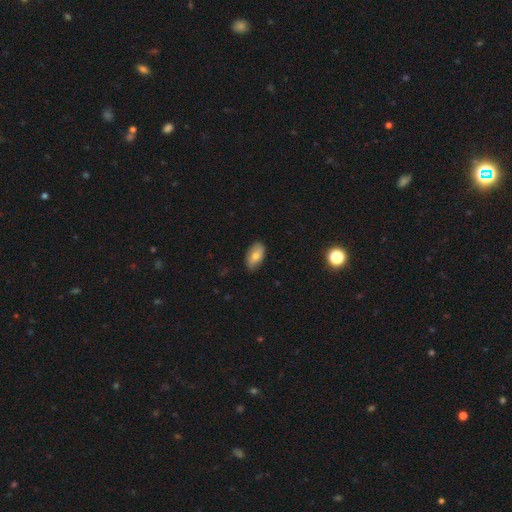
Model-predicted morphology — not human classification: Smooth or featured? Predicted: smooth (p=0.74). How rounded? Predicted: in between (p=0.93). Merging? Predicted: none (p=0.82).